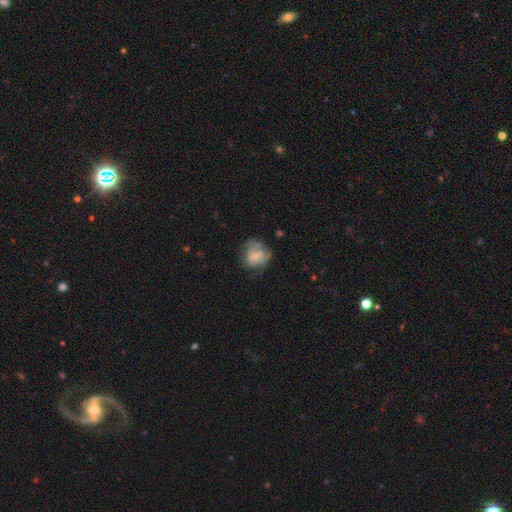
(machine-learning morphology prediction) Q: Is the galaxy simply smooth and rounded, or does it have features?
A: featured or disk — 47%.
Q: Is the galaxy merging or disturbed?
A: none — 48%.